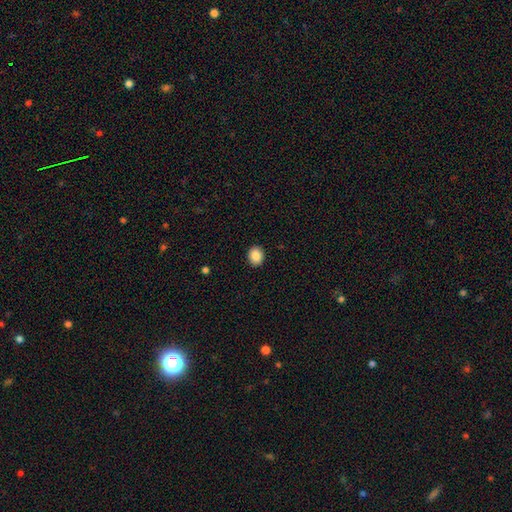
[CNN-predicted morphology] This is clearly a smooth galaxy (87%). How rounded: possibly round (56%). Merging: clearly none (91%).